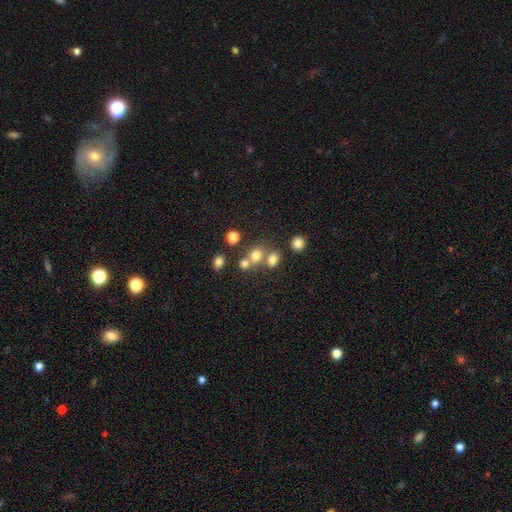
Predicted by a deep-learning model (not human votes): A smooth galaxy with no disk features (72%) that is round (66%).

Vote fractions:
- Smooth or featured? smooth: 72% / star or artifact: 17% / featured or disk: 11%
- How rounded? round: 66% / in between: 32% / cigar-shaped: 1%
- Merging? none: 49% / merger: 37% / minor disturbance: 9% / major disturbance: 5%